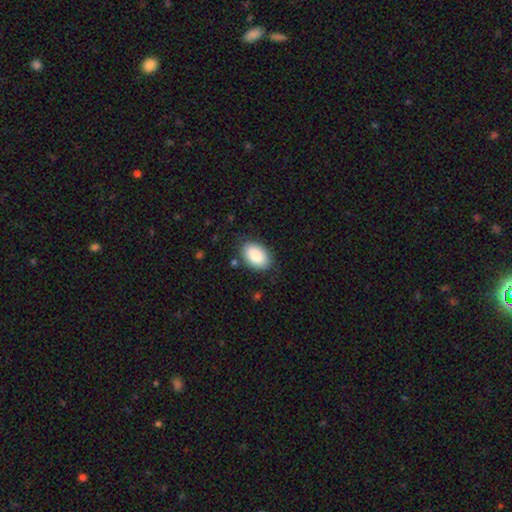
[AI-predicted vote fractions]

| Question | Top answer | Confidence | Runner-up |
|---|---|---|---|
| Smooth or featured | smooth | 87% | featured or disk (7%) |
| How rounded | in between | 90% | round (8%) |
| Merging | none | 83% | minor disturbance (12%) |